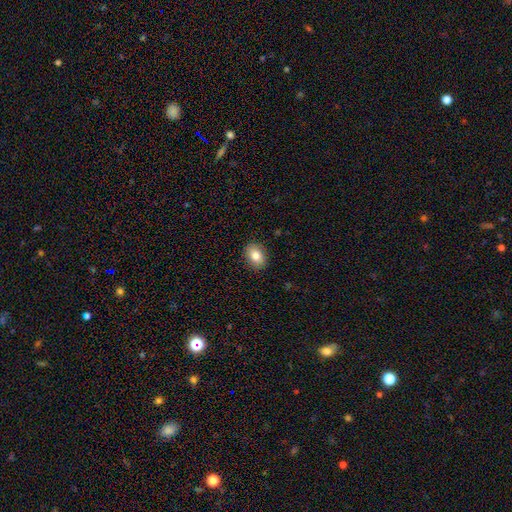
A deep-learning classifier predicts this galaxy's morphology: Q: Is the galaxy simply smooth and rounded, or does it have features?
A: smooth — 82%.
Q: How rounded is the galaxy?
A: in between — 67%.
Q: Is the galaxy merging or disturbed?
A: none — 89%.